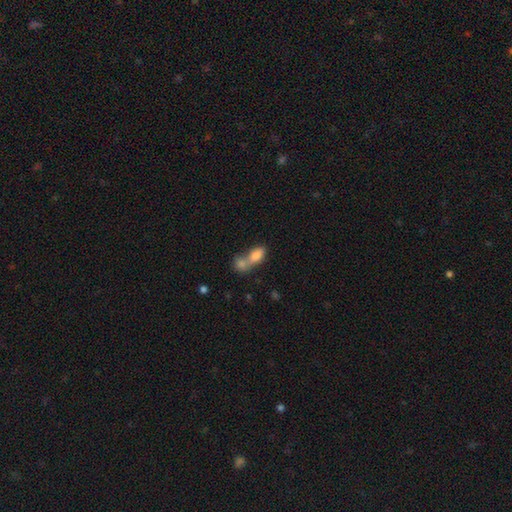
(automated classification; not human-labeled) A smooth galaxy with no disk features (80%) that is in between round and cigar-shaped (84%).

Vote fractions:
- Smooth or featured? smooth: 80% / featured or disk: 12% / star or artifact: 8%
- How rounded? in between: 84% / round: 9% / cigar-shaped: 7%
- Merging? merger: 67% / none: 21% / minor disturbance: 7% / major disturbance: 4%